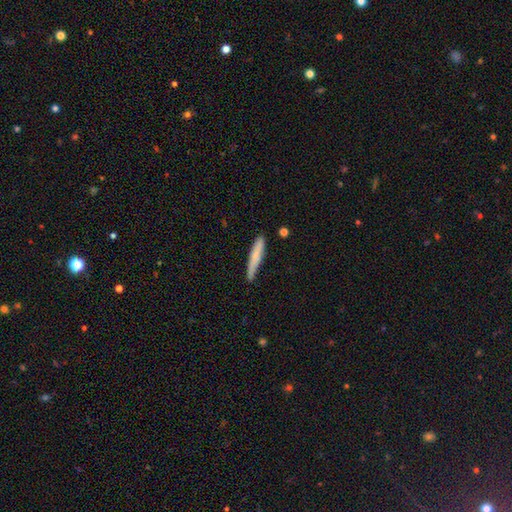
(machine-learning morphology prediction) type=smooth (71%); roundness=cigar-shaped (94%); merging=none (79%).